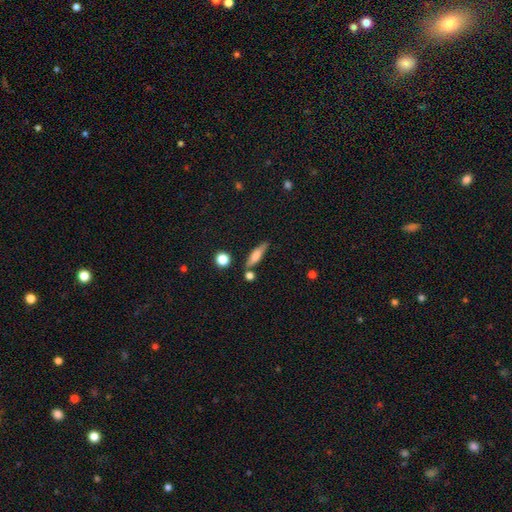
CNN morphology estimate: smooth_or_featured: smooth (p=0.61) [alt: featured or disk p=0.31]
how_rounded: cigar-shaped (p=0.71) [alt: in between p=0.25]
merging: none (p=0.74) [alt: minor disturbance p=0.14]